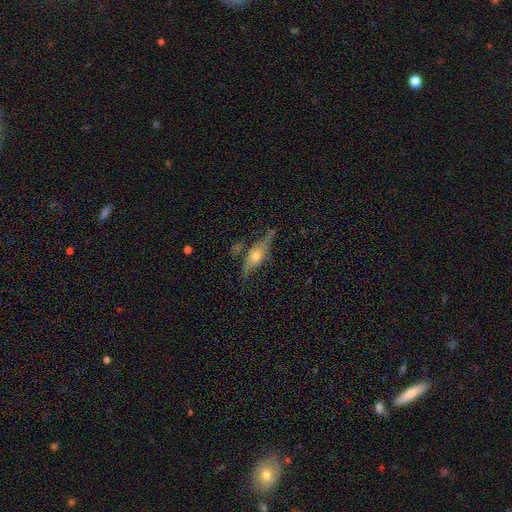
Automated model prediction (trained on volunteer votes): Smooth or featured: featured or disk — 66% (smooth — 26%)
Edge-on disk: yes — 80% (no — 20%)
Edge-on bulge: rounded — 91% (boxy — 6%)
Merging: none — 65% (minor disturbance — 22%)